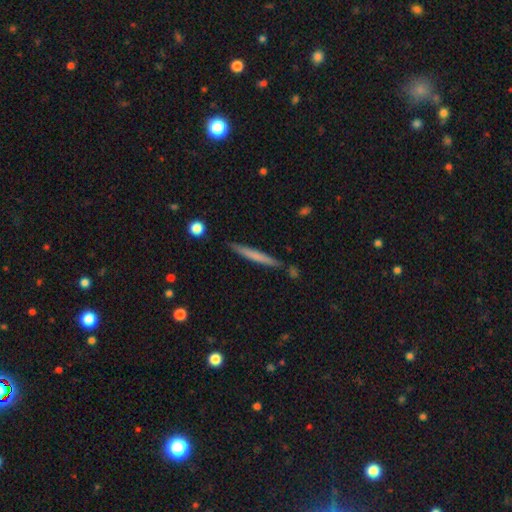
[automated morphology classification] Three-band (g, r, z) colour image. It shows a smooth galaxy with no disk features (61%) that is cigar-shaped (96%). Merging: none (86%).